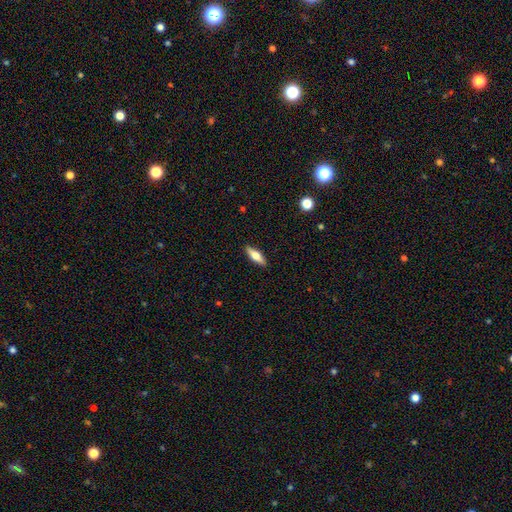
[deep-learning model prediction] This appears to be a smooth galaxy with no disk features (56%) that is cigar-shaped (49%). Merging: none (90%).